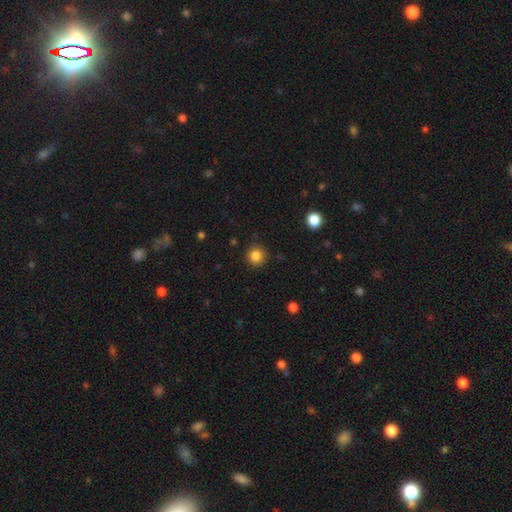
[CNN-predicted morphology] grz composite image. It shows a smooth galaxy with no disk features (84%) that is round (93%). Merging: none (90%).